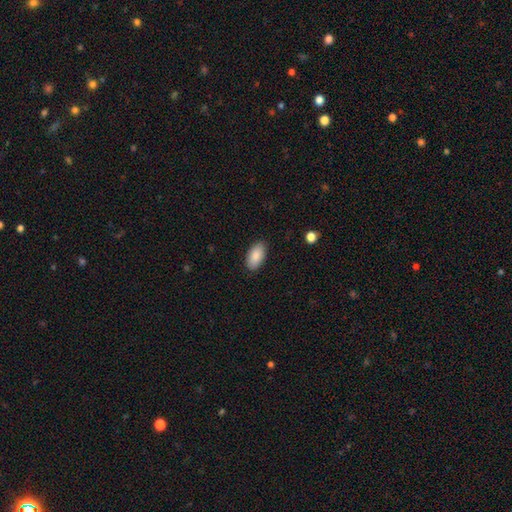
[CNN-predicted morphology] Smooth or featured? smooth (88%)
How rounded? in between (95%)
Merging? none (88%)